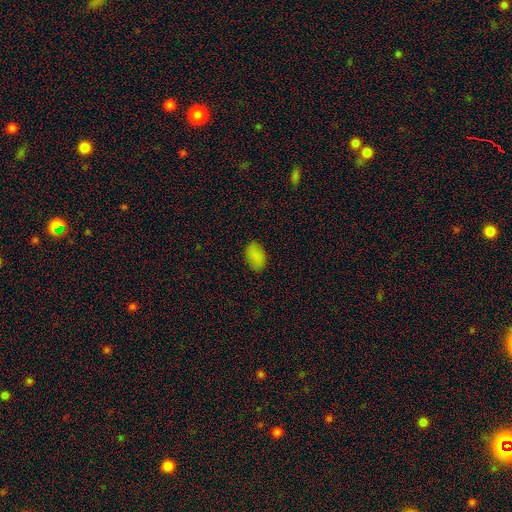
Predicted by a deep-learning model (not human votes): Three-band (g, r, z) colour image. It shows a smooth galaxy with no disk features (85%) that is in between round and cigar-shaped (91%). Merging: none (84%).